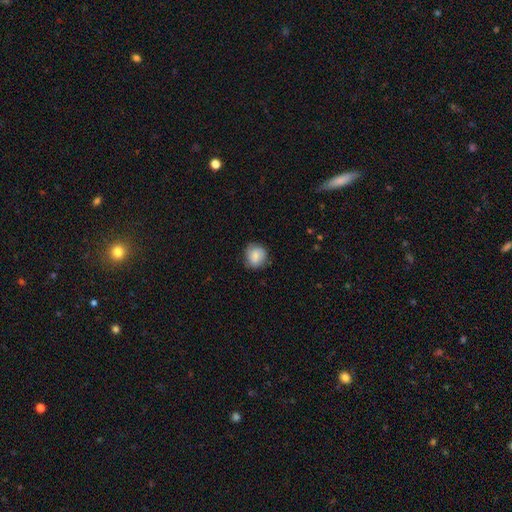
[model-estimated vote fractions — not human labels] This is likely a smooth galaxy (79%). How rounded: clearly round (83%). Merging: likely none (75%).